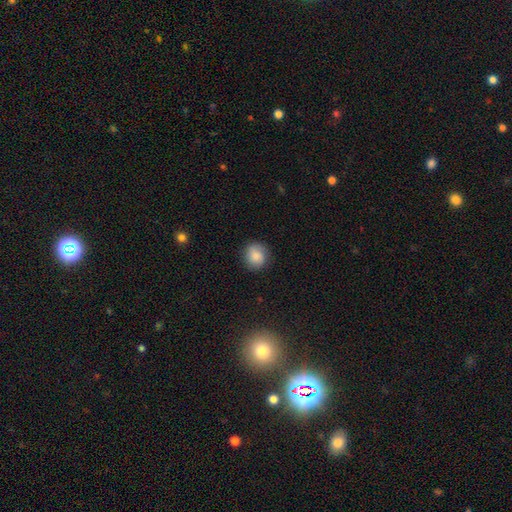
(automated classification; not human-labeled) Overall: smooth (83%). How rounded: round (85%). Merging: none (85%).